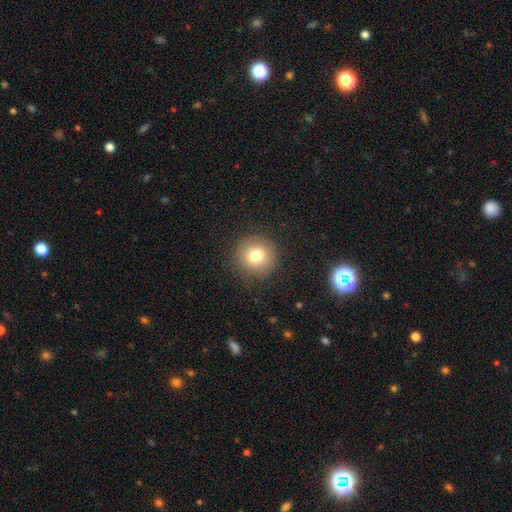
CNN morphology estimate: This appears to be a smooth galaxy with no disk features (77%) that is round (95%). Merging: none (90%).